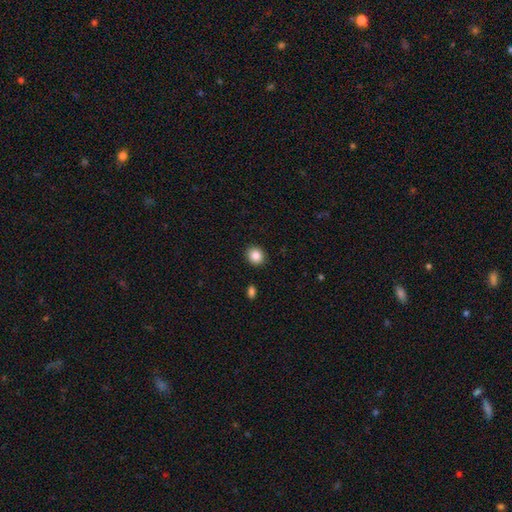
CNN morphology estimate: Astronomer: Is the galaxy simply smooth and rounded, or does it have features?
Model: smooth — 87%.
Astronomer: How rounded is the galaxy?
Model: round — 75%.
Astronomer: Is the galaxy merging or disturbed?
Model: none — 91%.